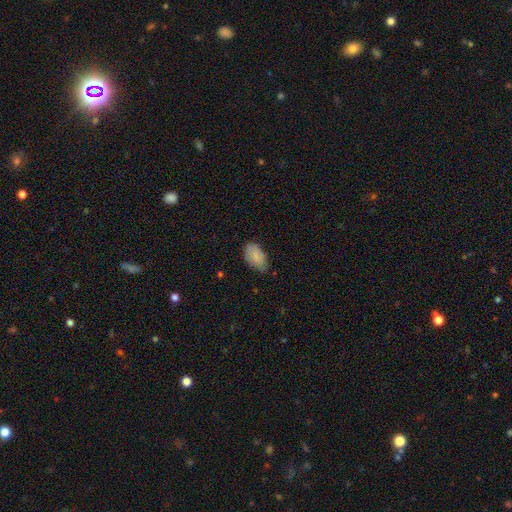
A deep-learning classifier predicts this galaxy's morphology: Smooth or featured? smooth (84%)
How rounded? in between (94%)
Merging? none (68%)